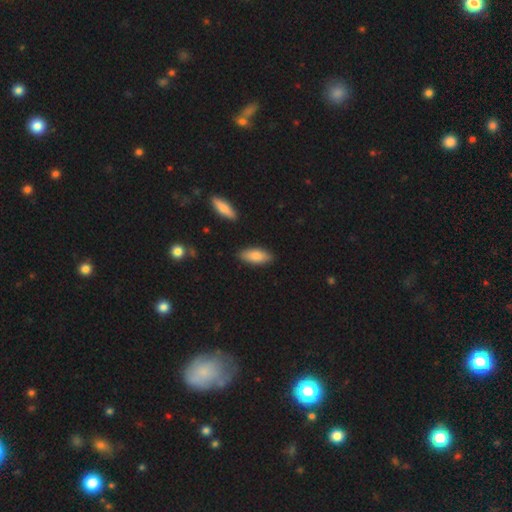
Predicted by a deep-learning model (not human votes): Overall: smooth (80%). How rounded: in between (80%). Merging: none (86%).